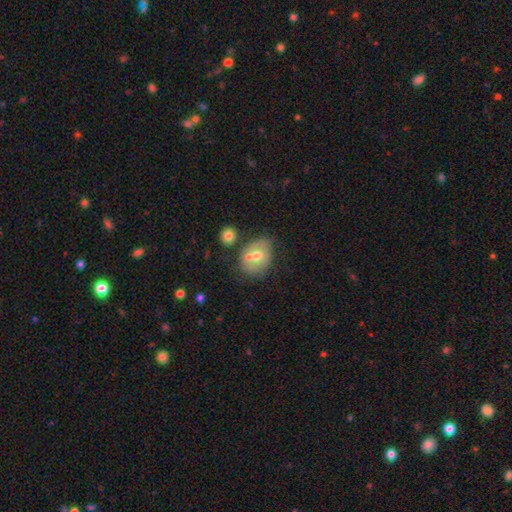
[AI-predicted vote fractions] Smooth or featured? Predicted: smooth (p=0.54). How rounded? Predicted: in between (p=0.62). Merging? Predicted: none (p=0.43).